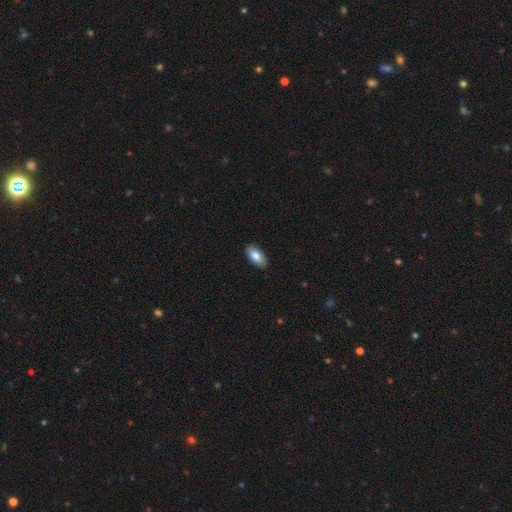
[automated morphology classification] smooth_or_featured: smooth (p=0.81) [alt: featured or disk p=0.12]
how_rounded: in between (p=0.91) [alt: cigar-shaped p=0.06]
merging: none (p=0.88) [alt: minor disturbance p=0.09]